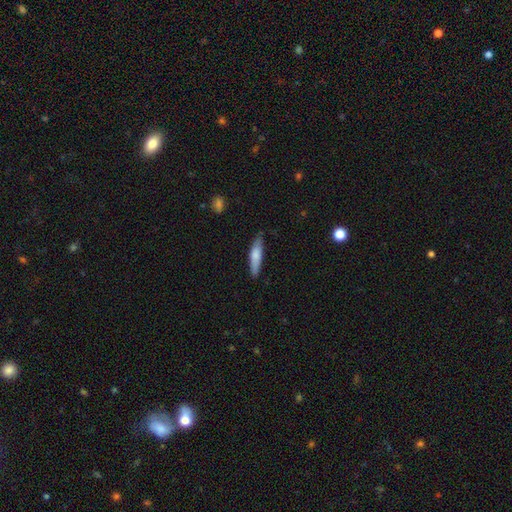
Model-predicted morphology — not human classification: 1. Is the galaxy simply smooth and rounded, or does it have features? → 71% smooth, 24% featured or disk, 6% star or artifact.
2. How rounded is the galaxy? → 76% cigar-shaped, 22% in between, 2% round.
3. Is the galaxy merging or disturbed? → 78% none, 18% minor disturbance, 3% major disturbance, 2% merger.